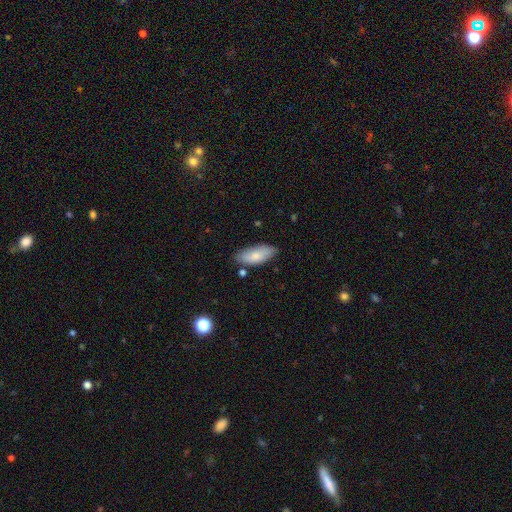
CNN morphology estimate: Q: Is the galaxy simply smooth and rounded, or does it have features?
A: smooth — 78%.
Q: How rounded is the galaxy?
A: in between — 85%.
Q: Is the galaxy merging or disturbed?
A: none — 72%.